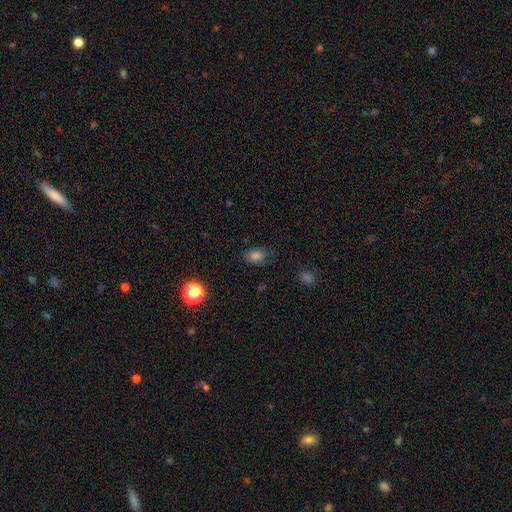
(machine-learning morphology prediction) This appears to be a smooth galaxy with no disk features (78%) that is in between round and cigar-shaped (72%). Merging: none (75%).